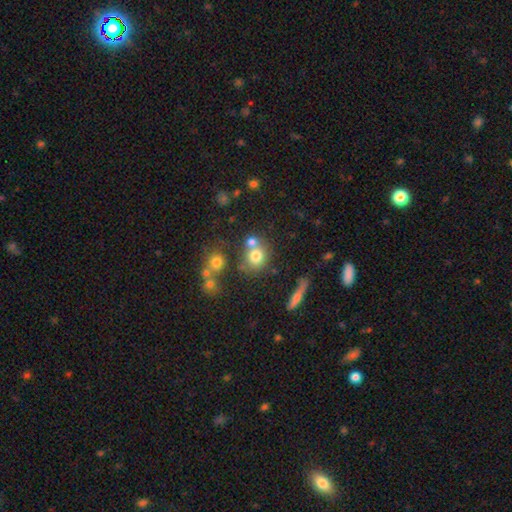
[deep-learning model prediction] A smooth galaxy with no disk features (72%) that is round (78%).

Vote fractions:
- Smooth or featured? smooth: 72% / featured or disk: 14% / star or artifact: 14%
- How rounded? round: 78% / in between: 20% / cigar-shaped: 2%
- Merging? none: 50% / merger: 35% / minor disturbance: 11% / major disturbance: 5%